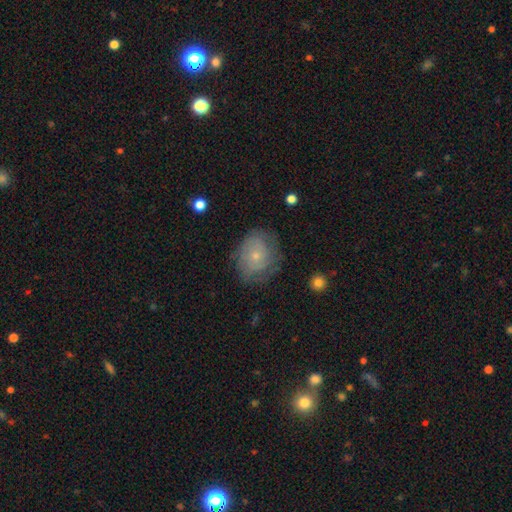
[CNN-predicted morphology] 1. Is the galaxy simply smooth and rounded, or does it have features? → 50% featured or disk, 42% smooth, 9% star or artifact.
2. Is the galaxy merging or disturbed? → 68% none, 21% minor disturbance, 9% major disturbance, 1% merger.